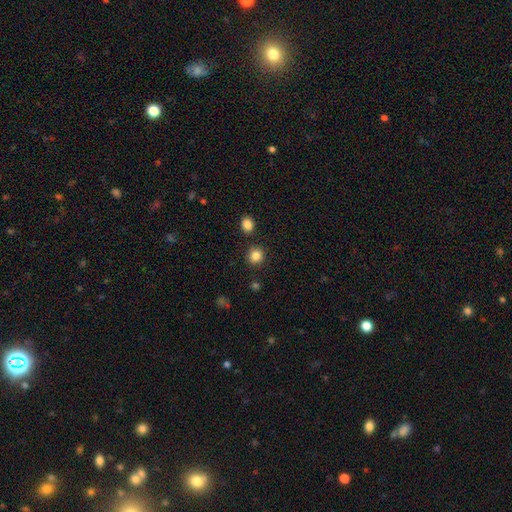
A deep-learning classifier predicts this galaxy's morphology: A smooth galaxy with no disk features (85%) that is round (87%). Merging: none (86%).